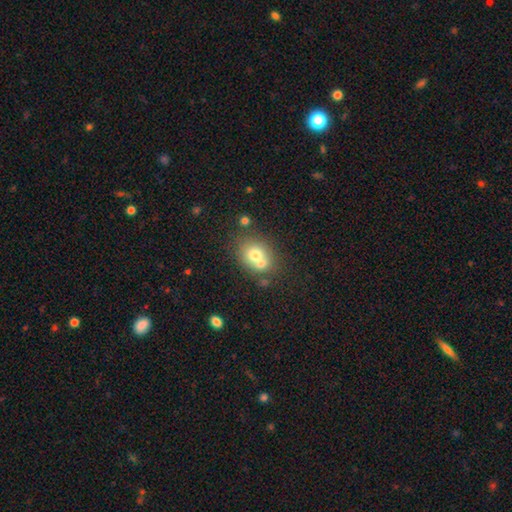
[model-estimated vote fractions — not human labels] Smooth or featured? Predicted: smooth (p=0.69). How rounded? Predicted: round (p=0.59). Merging? Predicted: none (p=0.47).